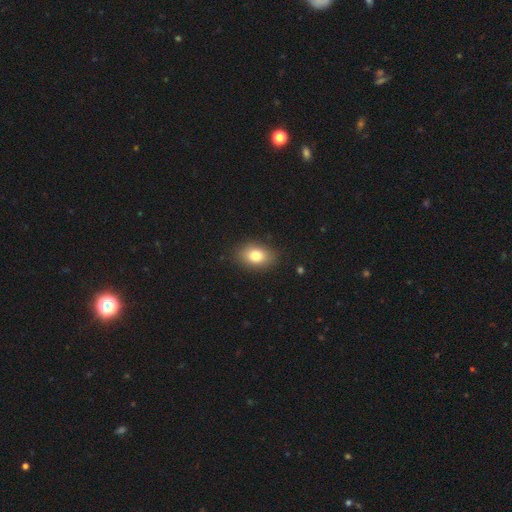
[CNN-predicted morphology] Q: Smooth or featured?
A: smooth (81%); runner-up: featured or disk (10%)
Q: How rounded?
A: in between (79%); runner-up: round (20%)
Q: Merging?
A: none (87%); runner-up: minor disturbance (9%)